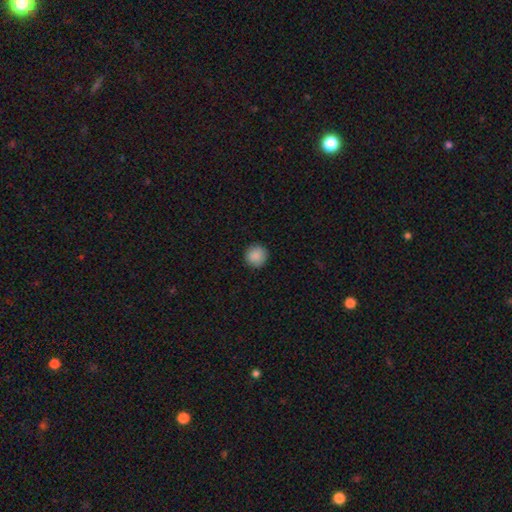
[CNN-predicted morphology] type=smooth (89%); roundness=round (93%); merging=none (89%).